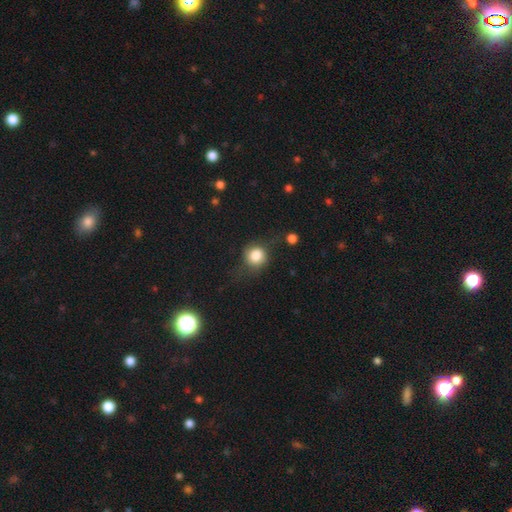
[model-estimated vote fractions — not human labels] This appears to be a smooth galaxy with no disk features (79%) that is round (85%). Merging: none (59%).